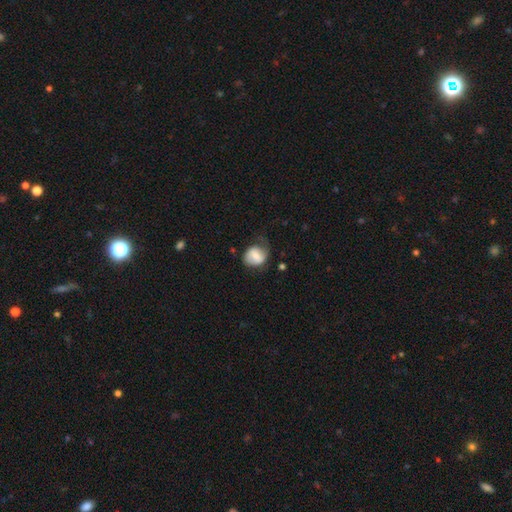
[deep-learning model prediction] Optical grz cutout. It shows a smooth galaxy with no disk features (62%) that is round (58%). Merging: none (44%).